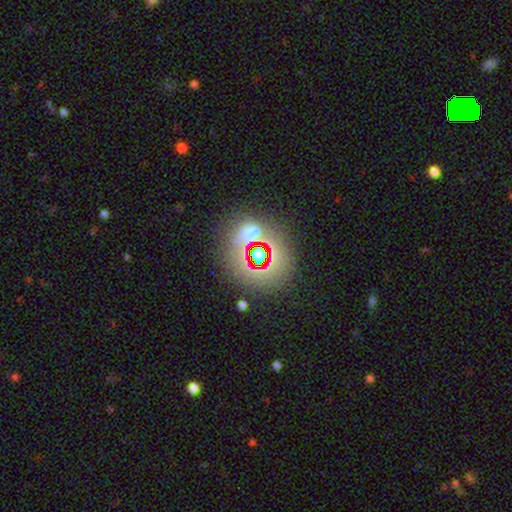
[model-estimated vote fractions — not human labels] Smooth or featured?
  - star or artifact: 56% *
  - smooth: 29%
  - featured or disk: 15%